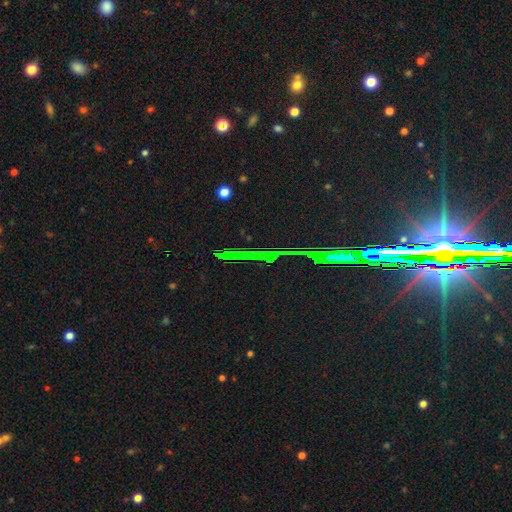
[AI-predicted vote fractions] A star or artifact, not a galaxy (80%).